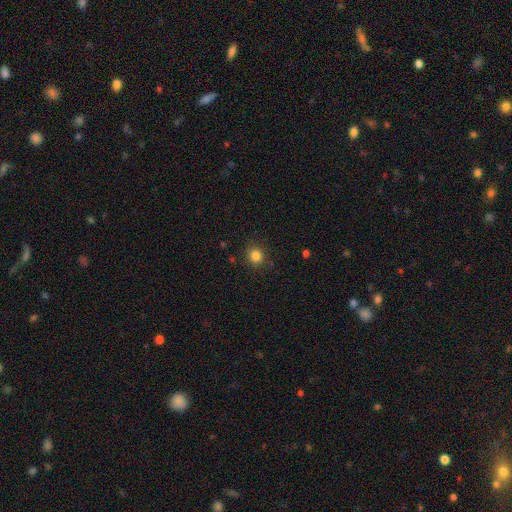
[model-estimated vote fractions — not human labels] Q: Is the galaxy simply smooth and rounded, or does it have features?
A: smooth — 83%.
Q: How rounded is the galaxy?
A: round — 86%.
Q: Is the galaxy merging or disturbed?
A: none — 85%.